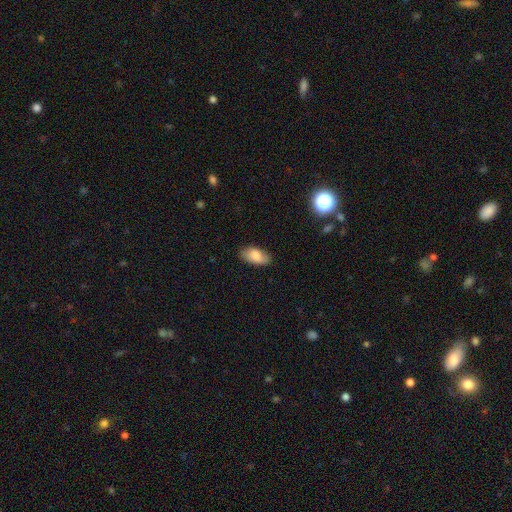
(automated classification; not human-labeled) smooth-or-featured: smooth: 82% | featured or disk: 11% | star or artifact: 7%
  how-rounded: in between: 93% | cigar-shaped: 4% | round: 3%
  merging: none: 82% | minor disturbance: 14% | major disturbance: 3% | merger: 1%